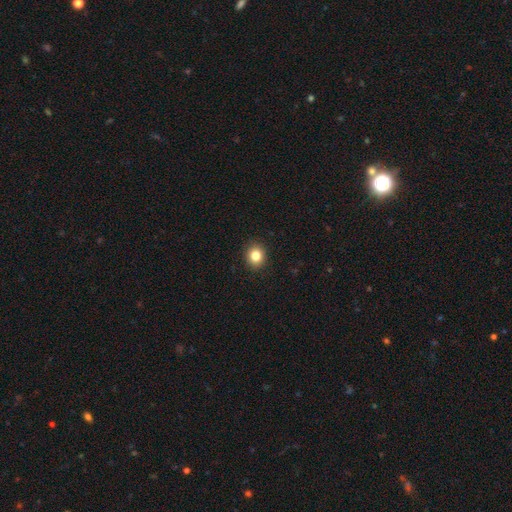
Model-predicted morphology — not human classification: Q: Smooth or featured?
A: smooth (84%); runner-up: star or artifact (11%)
Q: How rounded?
A: round (74%); runner-up: in between (25%)
Q: Merging?
A: none (92%); runner-up: minor disturbance (6%)